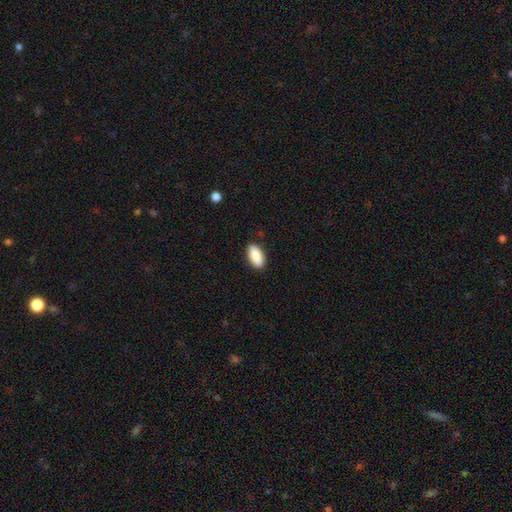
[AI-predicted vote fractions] Smooth or featured: smooth — 88% (star or artifact — 6%)
How rounded: in between — 88% (cigar-shaped — 10%)
Merging: none — 88% (minor disturbance — 9%)